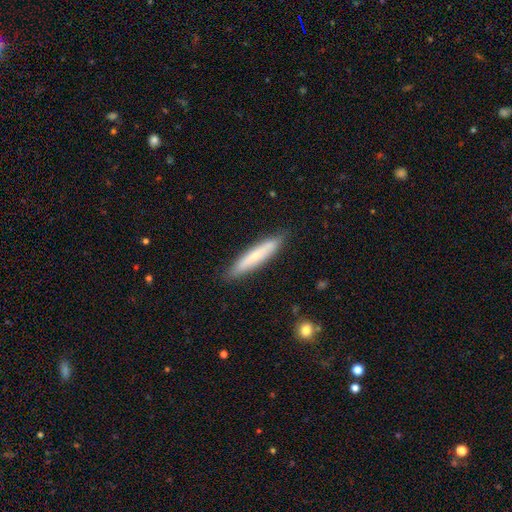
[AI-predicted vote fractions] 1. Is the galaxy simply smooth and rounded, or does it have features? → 63% smooth, 31% featured or disk, 6% star or artifact.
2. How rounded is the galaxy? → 90% cigar-shaped, 9% in between, 1% round.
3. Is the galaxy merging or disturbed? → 86% none, 11% minor disturbance, 2% major disturbance, 1% merger.